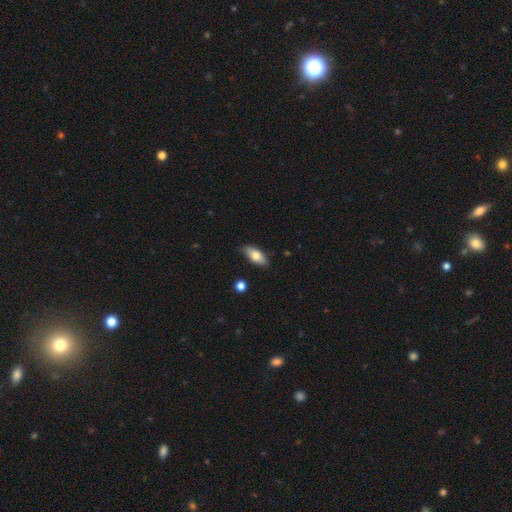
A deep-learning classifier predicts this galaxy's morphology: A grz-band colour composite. It shows a smooth galaxy with no disk features (76%) that is in between round and cigar-shaped (85%). Merging: none (82%).